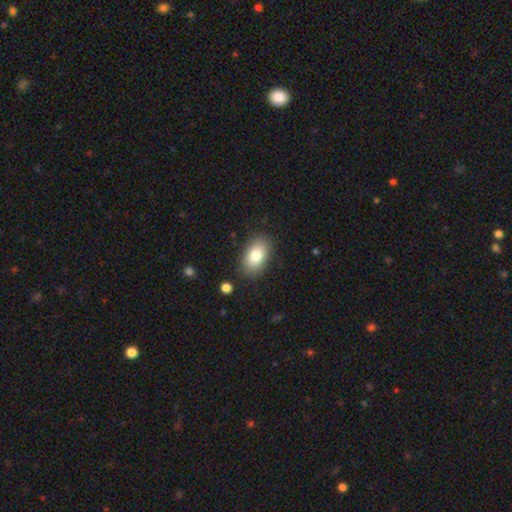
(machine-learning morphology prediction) Q: Smooth or featured?
A: smooth (81%); runner-up: featured or disk (11%)
Q: How rounded?
A: in between (90%); runner-up: round (8%)
Q: Merging?
A: none (85%); runner-up: minor disturbance (10%)